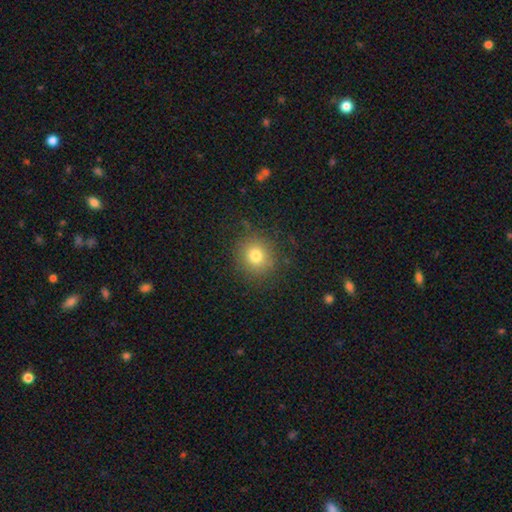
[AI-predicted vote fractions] The model was most divided on "smooth or featured": smooth: 77%, star or artifact: 14%, featured or disk: 9%. More confident: how rounded — round (88%); merging — none (86%).